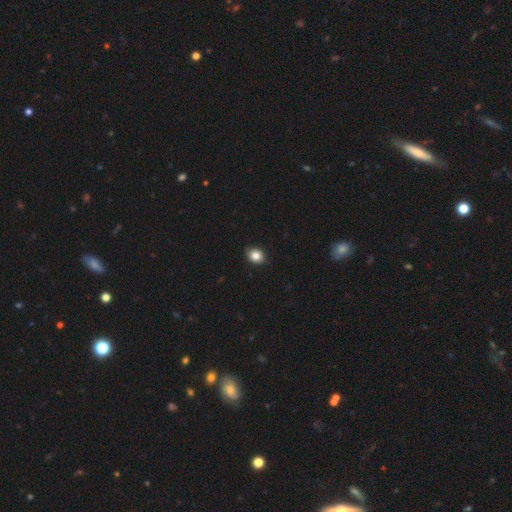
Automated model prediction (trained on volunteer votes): Overall: smooth (85%). How rounded: round (53%; in between 46%). Merging: none (91%).